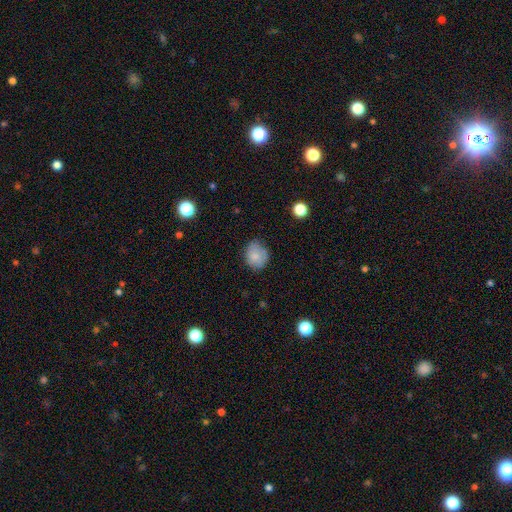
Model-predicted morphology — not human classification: Q: Smooth or featured?
A: smooth (80%); runner-up: featured or disk (12%)
Q: How rounded?
A: round (61%); runner-up: in between (39%)
Q: Merging?
A: none (69%); runner-up: minor disturbance (24%)